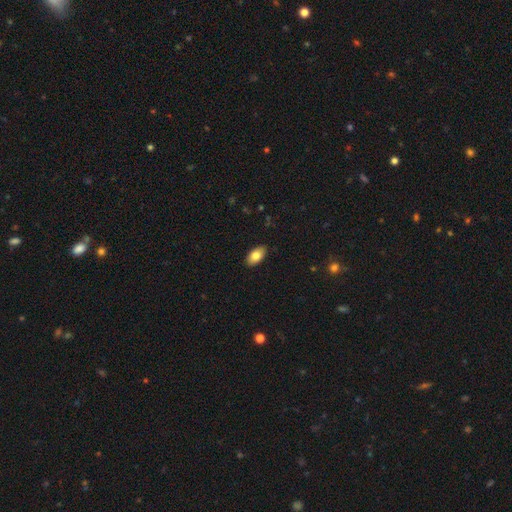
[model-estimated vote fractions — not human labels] Smooth or featured? smooth (82%)
How rounded? in between (93%)
Merging? none (88%)